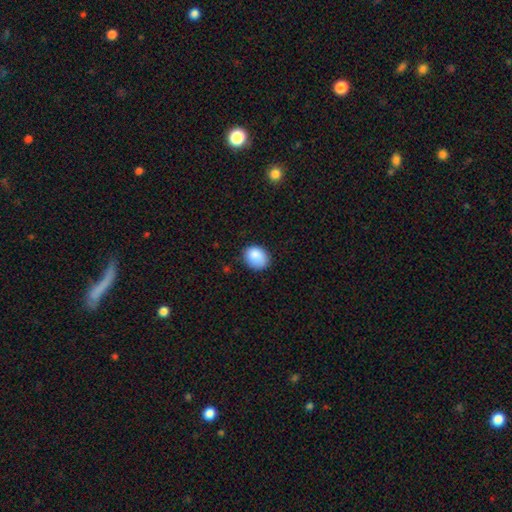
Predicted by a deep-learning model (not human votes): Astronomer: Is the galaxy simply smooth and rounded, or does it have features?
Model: smooth — 88%.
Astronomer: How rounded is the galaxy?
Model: in between — 50% (runner-up: round, 49%).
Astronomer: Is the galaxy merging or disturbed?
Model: none — 76%.